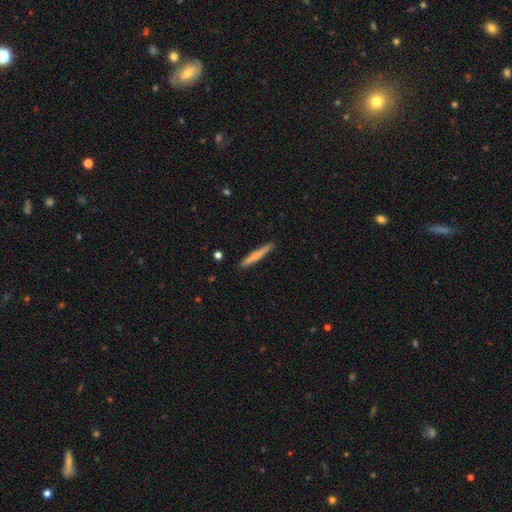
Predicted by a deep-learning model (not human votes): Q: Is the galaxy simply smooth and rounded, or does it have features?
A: smooth — 71%.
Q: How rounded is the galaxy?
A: cigar-shaped — 96%.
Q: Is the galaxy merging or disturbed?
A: none — 90%.